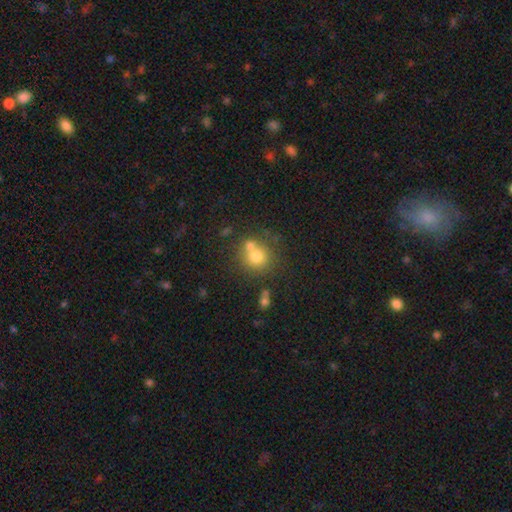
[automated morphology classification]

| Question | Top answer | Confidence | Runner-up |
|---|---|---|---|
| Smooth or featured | smooth | 73% | featured or disk (14%) |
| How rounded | round | 87% | in between (12%) |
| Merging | none | 54% | merger (32%) |